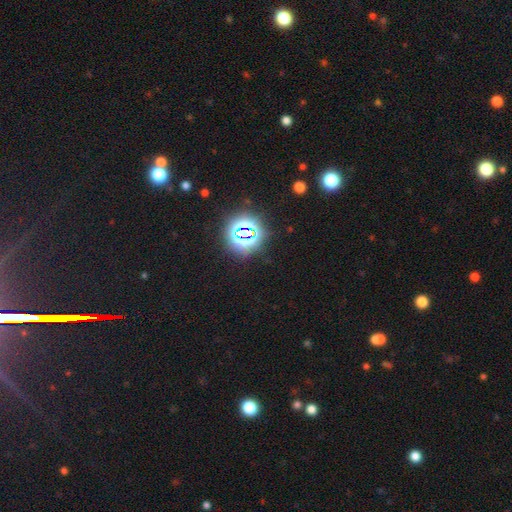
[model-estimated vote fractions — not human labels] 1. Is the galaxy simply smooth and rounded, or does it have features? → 77% star or artifact, 16% smooth, 7% featured or disk.